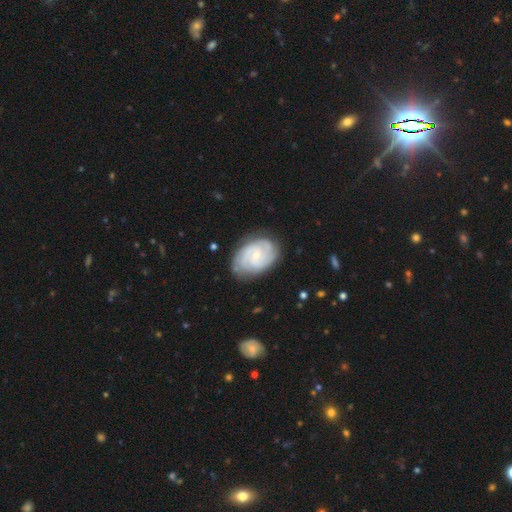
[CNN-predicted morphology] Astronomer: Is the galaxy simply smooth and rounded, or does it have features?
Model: featured or disk — 86%.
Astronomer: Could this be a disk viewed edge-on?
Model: no — 97%.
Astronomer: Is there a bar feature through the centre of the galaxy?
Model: no — 58% (runner-up: weak, 35%).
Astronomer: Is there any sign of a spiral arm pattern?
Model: yes — 97%.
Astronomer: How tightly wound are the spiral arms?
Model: tight — 69%.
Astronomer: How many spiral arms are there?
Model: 2 — 37% (runner-up: 3, 26%).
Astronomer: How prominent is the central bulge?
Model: small — 68%.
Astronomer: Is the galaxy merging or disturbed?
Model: none — 79%.